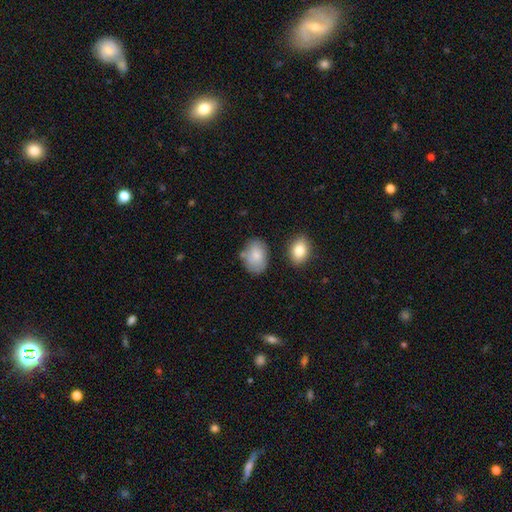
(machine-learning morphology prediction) Smooth or featured: smooth — 80% (featured or disk — 13%)
How rounded: in between — 79% (round — 20%)
Merging: none — 69% (minor disturbance — 20%)